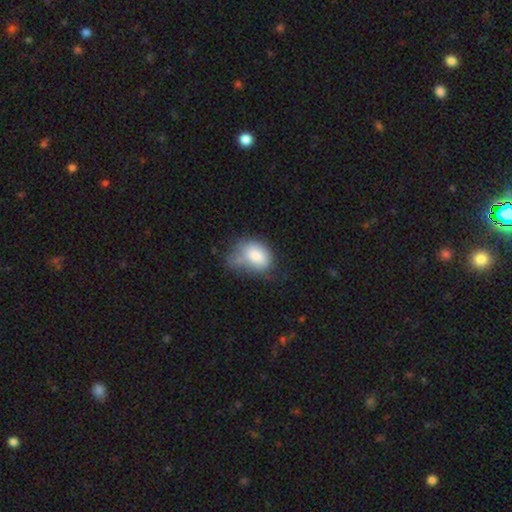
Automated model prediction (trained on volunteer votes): Smooth or featured? Predicted: smooth (p=0.78). How rounded? Predicted: in between (p=0.76). Merging? Predicted: minor disturbance (p=0.35).